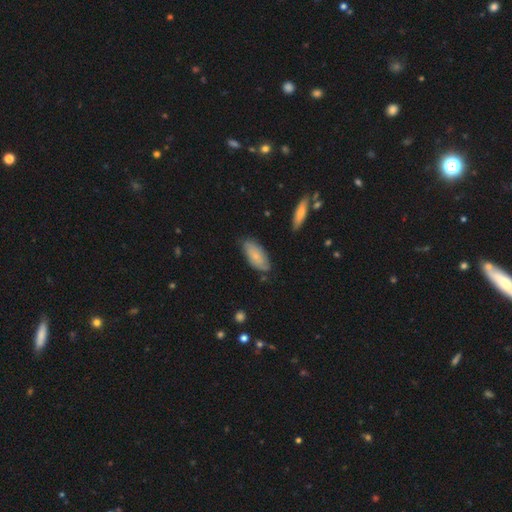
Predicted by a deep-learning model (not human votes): Overall: smooth (70%). How rounded: in between (88%). Merging: none (72%).